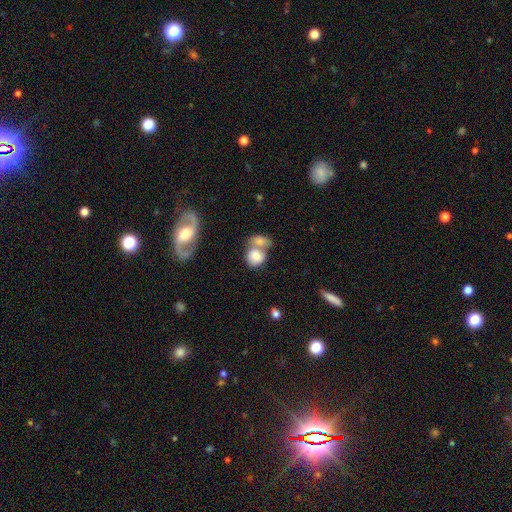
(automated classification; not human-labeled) Morphology: type=smooth (76%); roundness=round (55%); merging=merger (60%).